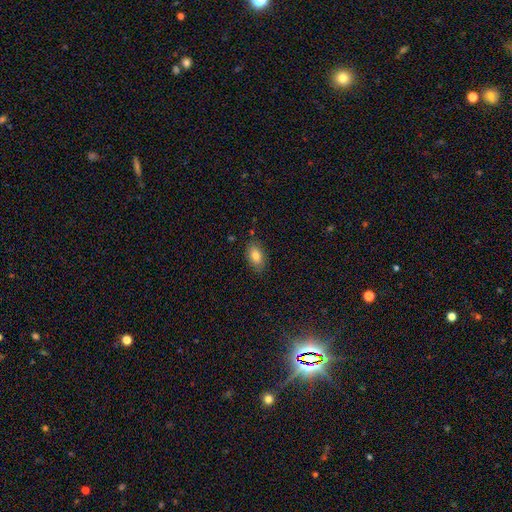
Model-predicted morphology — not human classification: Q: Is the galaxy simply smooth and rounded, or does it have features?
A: smooth — 82%.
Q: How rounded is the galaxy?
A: in between — 90%.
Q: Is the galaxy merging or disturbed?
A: none — 84%.